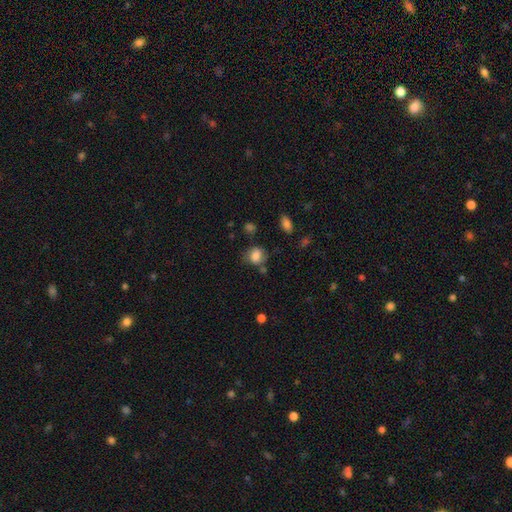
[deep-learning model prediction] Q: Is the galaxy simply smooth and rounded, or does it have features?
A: smooth — 78%.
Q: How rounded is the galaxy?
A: in between — 51%.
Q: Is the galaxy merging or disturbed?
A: none — 57%.